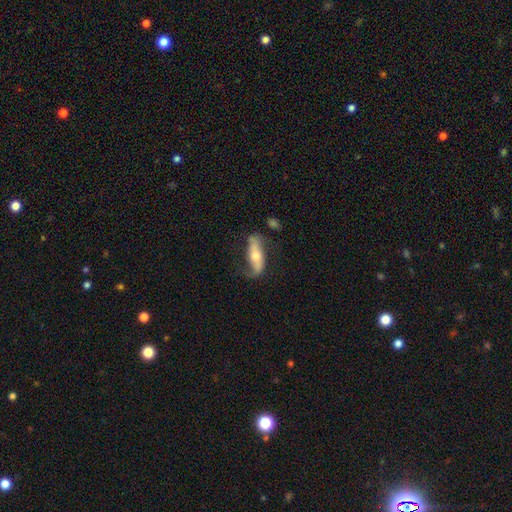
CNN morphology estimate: A featured or disk galaxy (58%).

Vote fractions:
- Smooth or featured? featured or disk: 58% / smooth: 36% / star or artifact: 6%
- Edge-on disk? no: 65% / yes: 35%
- Merging? none: 61% / minor disturbance: 23% / major disturbance: 12% / merger: 3%